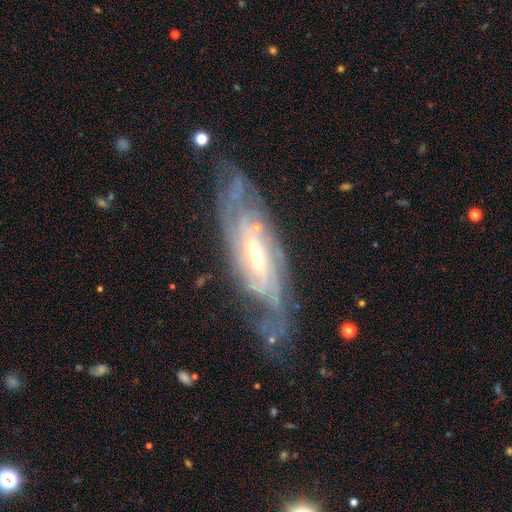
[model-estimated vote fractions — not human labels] Q: Smooth or featured?
A: featured or disk (86%); runner-up: smooth (8%)
Q: Edge-on disk?
A: no (87%); runner-up: yes (13%)
Q: Bar?
A: weak (41%); runner-up: no (39%)
Q: Spiral arms?
A: yes (96%); runner-up: no (4%)
Q: Spiral winding?
A: tight (65%); runner-up: medium (28%)
Q: Spiral arm count?
A: can't tell (40%); runner-up: 3 (16%)
Q: Bulge size?
A: small (49%); runner-up: moderate (43%)
Q: Merging?
A: none (61%); runner-up: minor disturbance (22%)